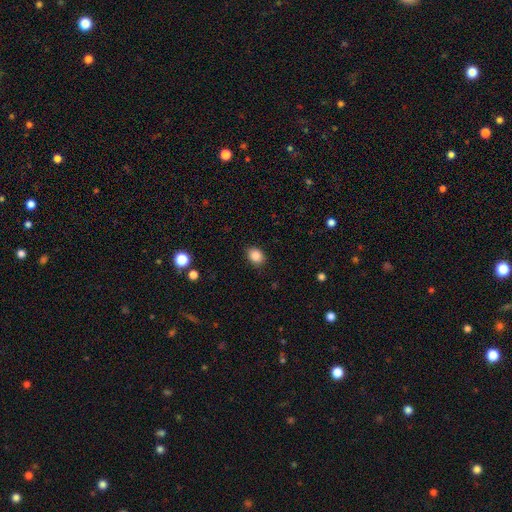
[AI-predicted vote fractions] Morphology: type=smooth (87%); roundness=in between (59%); merging=none (86%).